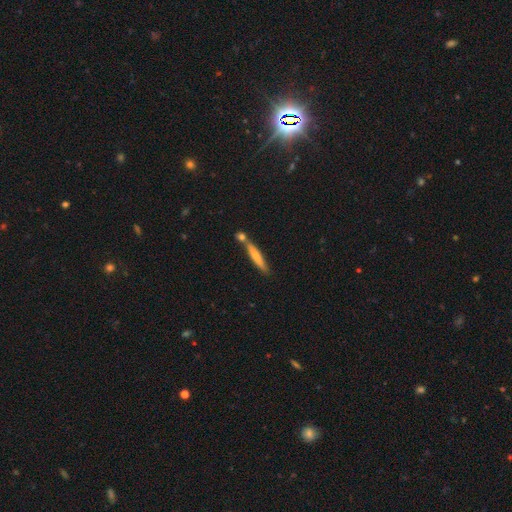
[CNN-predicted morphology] Smooth or featured? smooth (65%)
How rounded? cigar-shaped (92%)
Merging? none (61%)